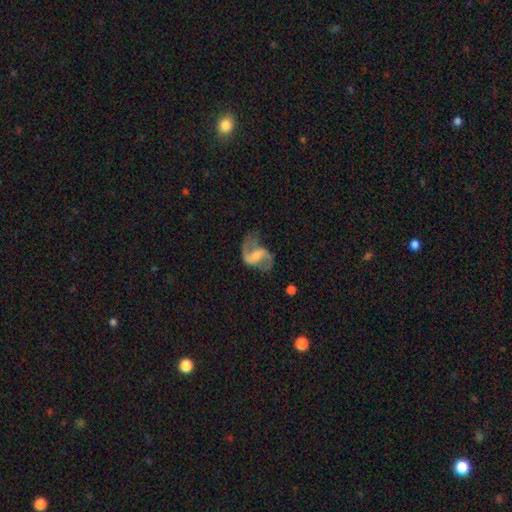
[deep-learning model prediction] A featured or disk galaxy (83%) with a weak bar (47%), 2 (90%) loose (52%) spiral arms (92%) and a moderate central bulge (33%).

Vote fractions:
- Smooth or featured? featured or disk: 83% / smooth: 11% / star or artifact: 6%
- Edge-on disk? no: 98% / yes: 2%
- Bar? weak: 47% / strong: 29% / no: 23%
- Spiral arms? yes: 92% / no: 8%
- Spiral winding? loose: 52% / medium: 40% / tight: 8%
- Spiral arm count? 2: 90% / 1: 4% / can't tell: 3% / 3: 1% / 4: 1% / more than 4: 1%
- Bulge size? moderate: 33% / none: 27% / small: 26% / large: 12% / dominant: 2%
- Merging? none: 59% / minor disturbance: 20% / major disturbance: 19% / merger: 3%